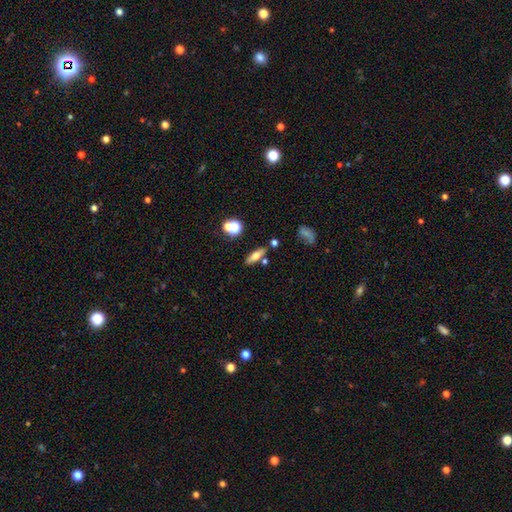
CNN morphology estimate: Overall: smooth (56%; featured or disk 33%). How rounded: cigar-shaped (51%; in between 44%). Merging: none (76%).